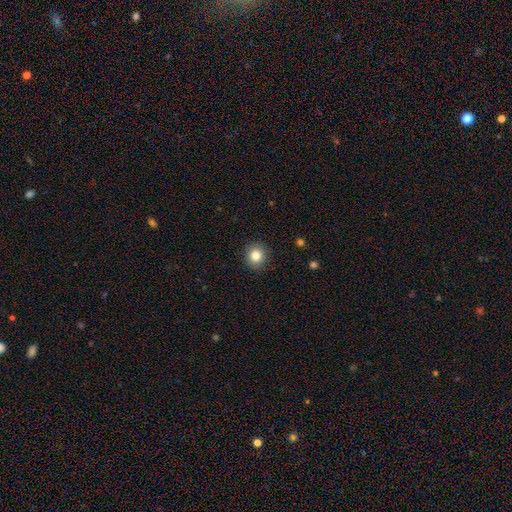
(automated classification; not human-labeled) A smooth galaxy with no disk features (83%) that is round (85%).

Vote fractions:
- Smooth or featured? smooth: 83% / star or artifact: 10% / featured or disk: 6%
- How rounded? round: 85% / in between: 14% / cigar-shaped: 1%
- Merging? none: 90% / minor disturbance: 7% / major disturbance: 2% / merger: 1%